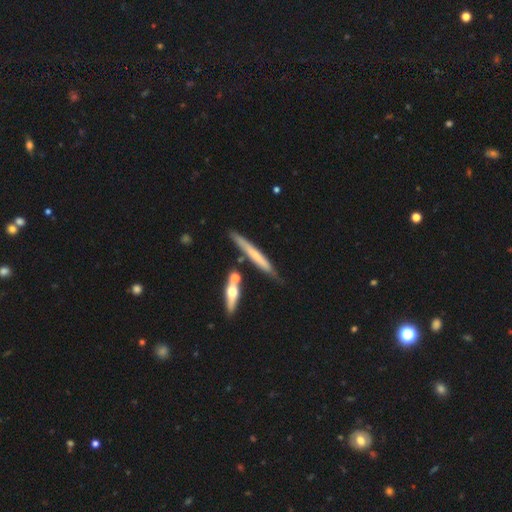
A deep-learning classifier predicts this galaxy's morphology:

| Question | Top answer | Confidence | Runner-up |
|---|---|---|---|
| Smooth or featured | featured or disk | 48% | smooth (46%) |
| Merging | none | 73% | minor disturbance (15%) |